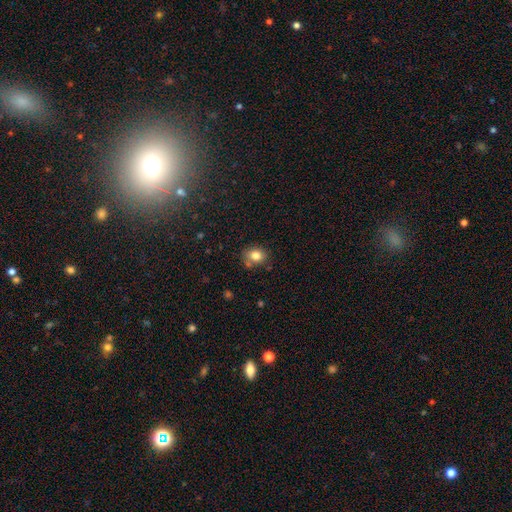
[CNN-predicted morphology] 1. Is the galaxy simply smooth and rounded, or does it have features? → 81% smooth, 10% star or artifact, 8% featured or disk.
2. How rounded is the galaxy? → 54% round, 45% in between, 1% cigar-shaped.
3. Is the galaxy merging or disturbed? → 71% none, 16% minor disturbance, 9% merger, 4% major disturbance.